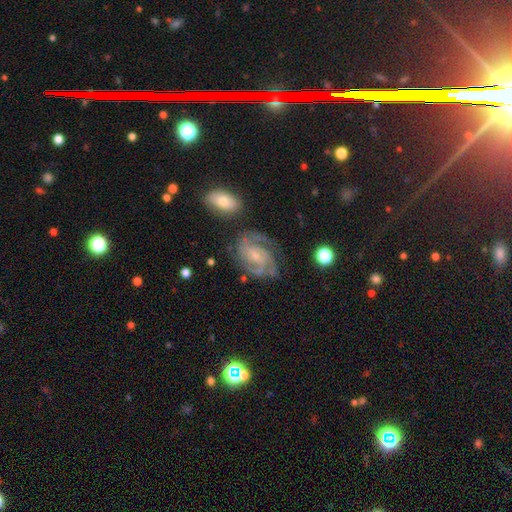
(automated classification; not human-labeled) Smooth or featured? Predicted: featured or disk (p=0.86). Edge-on disk? Predicted: no (p=0.97). Bar? Predicted: weak (p=0.44, tied with no). Spiral arms? Predicted: yes (p=0.97). Spiral winding? Predicted: tight (p=0.52). Spiral arm count? Predicted: 2 (p=0.56). Bulge size? Predicted: small (p=0.70). Merging? Predicted: none (p=0.69).